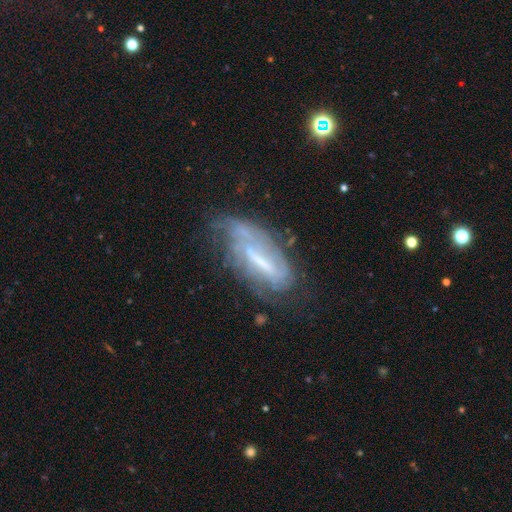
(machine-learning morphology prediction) A featured or disk galaxy (74%) with a strong bar (50%), spiral arms (73%) and a small central bulge (50%).

Vote fractions:
- Smooth or featured? featured or disk: 74% / smooth: 17% / star or artifact: 9%
- Edge-on disk? no: 83% / yes: 17%
- Bar? strong: 50% / weak: 34% / no: 16%
- Spiral arms? yes: 73% / no: 27%
- Bulge size? small: 50% / moderate: 32% / none: 13% / large: 3% / dominant: 1%
- Merging? none: 49% / minor disturbance: 29% / major disturbance: 18% / merger: 4%